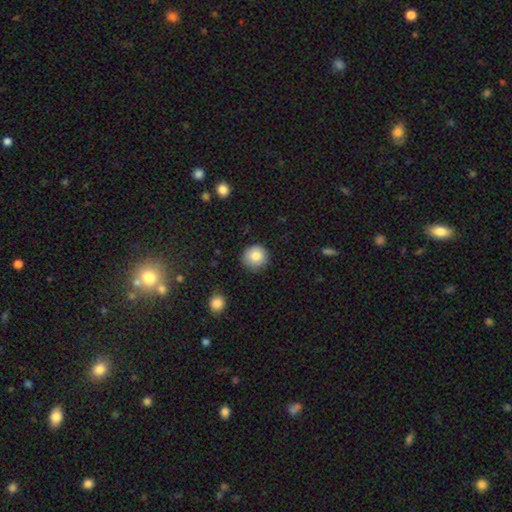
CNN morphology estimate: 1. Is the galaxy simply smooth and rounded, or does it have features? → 84% smooth, 9% star or artifact, 7% featured or disk.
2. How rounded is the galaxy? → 93% round, 6% in between, 1% cigar-shaped.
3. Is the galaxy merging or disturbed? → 87% none, 10% minor disturbance, 2% major disturbance, 1% merger.